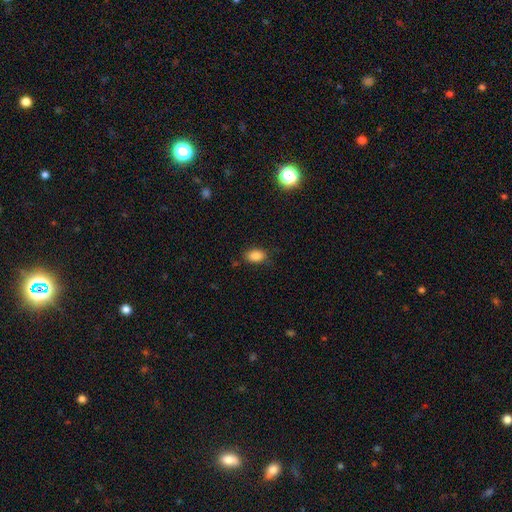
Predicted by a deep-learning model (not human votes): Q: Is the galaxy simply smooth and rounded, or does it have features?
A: smooth — 86%.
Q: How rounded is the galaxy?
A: in between — 86%.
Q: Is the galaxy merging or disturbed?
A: none — 80%.